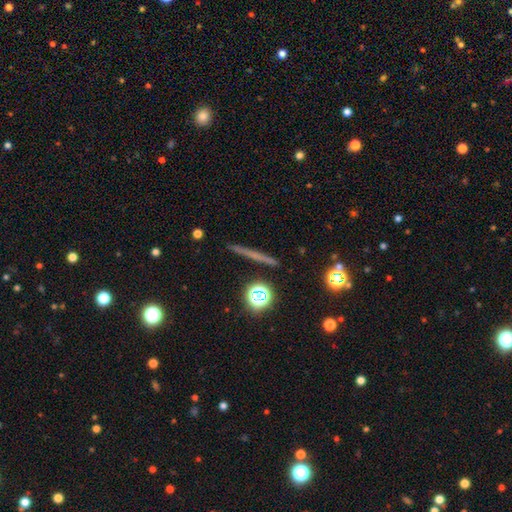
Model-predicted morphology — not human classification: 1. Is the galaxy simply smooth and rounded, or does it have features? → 45% featured or disk, 38% smooth, 17% star or artifact.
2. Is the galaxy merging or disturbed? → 90% none, 6% minor disturbance, 2% merger, 2% major disturbance.